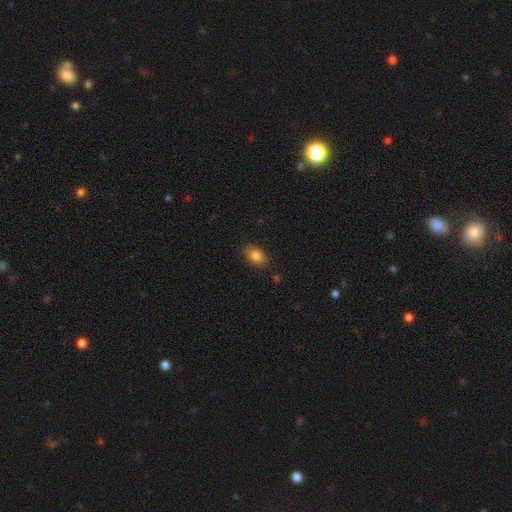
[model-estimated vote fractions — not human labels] smooth-or-featured: smooth: 83% | star or artifact: 9% | featured or disk: 8%
  how-rounded: in between: 85% | round: 13% | cigar-shaped: 2%
  merging: none: 85% | minor disturbance: 11% | major disturbance: 2% | merger: 2%